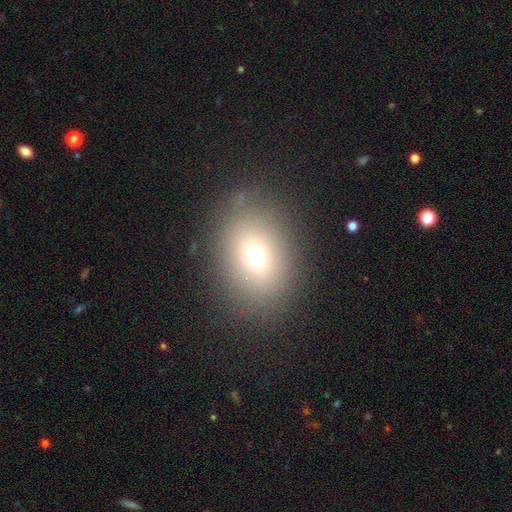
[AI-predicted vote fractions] Smooth or featured: smooth — 67% (star or artifact — 20%)
How rounded: in between — 51% (round — 48%)
Merging: none — 81% (minor disturbance — 10%)